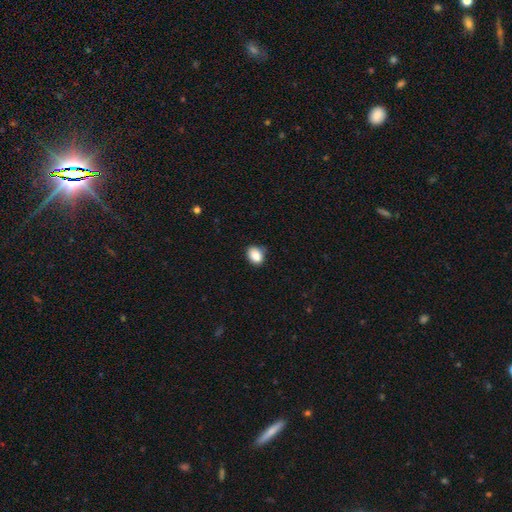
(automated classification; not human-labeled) This is clearly a smooth galaxy (87%). How rounded: likely in between (62%). Merging: likely none (80%).